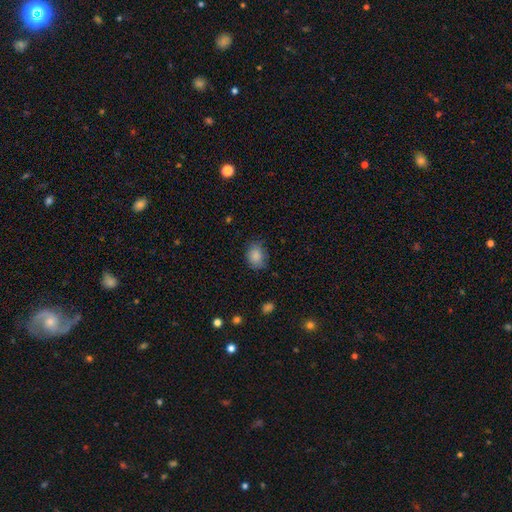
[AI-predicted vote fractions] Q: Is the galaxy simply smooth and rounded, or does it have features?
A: smooth — 86%.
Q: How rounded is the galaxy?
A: in between — 52%.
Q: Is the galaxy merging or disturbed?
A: none — 73%.